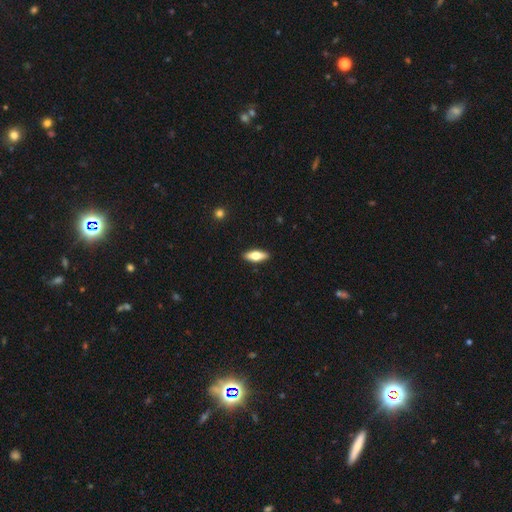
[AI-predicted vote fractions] Smooth or featured: smooth — 62% (featured or disk — 32%)
How rounded: in between — 65% (cigar-shaped — 32%)
Merging: none — 91% (minor disturbance — 7%)